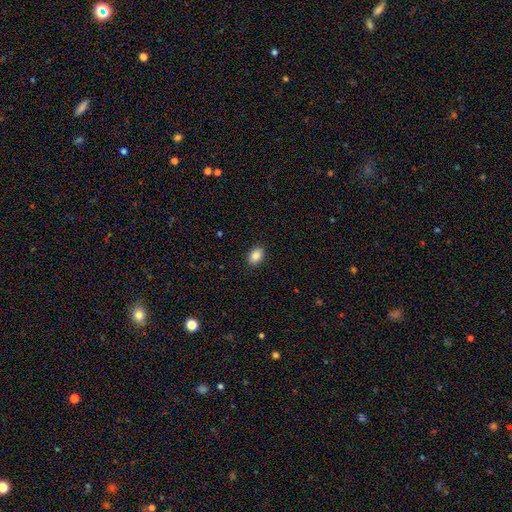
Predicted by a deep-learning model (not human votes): Smooth or featured? Predicted: smooth (p=0.87). How rounded? Predicted: in between (p=0.84). Merging? Predicted: none (p=0.90).